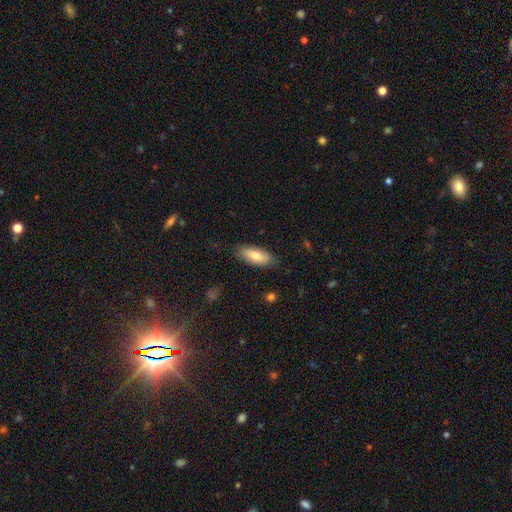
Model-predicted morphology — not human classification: Smooth or featured? smooth (74%)
How rounded? in between (76%)
Merging? none (82%)